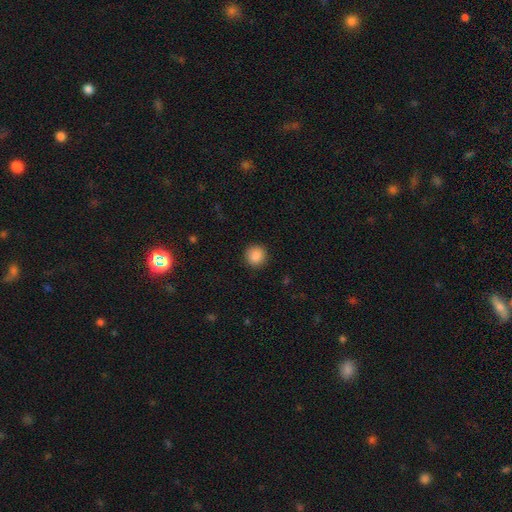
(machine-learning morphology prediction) type=smooth (89%); roundness=round (93%); merging=none (91%).